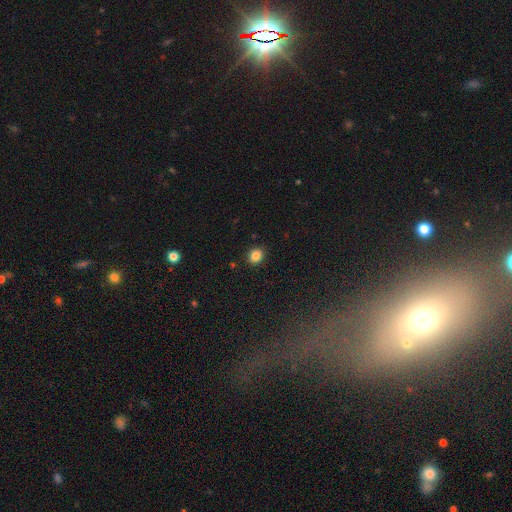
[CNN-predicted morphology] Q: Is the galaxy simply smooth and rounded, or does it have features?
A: smooth — 85%.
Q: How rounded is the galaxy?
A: round — 66%.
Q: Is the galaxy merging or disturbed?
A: none — 90%.